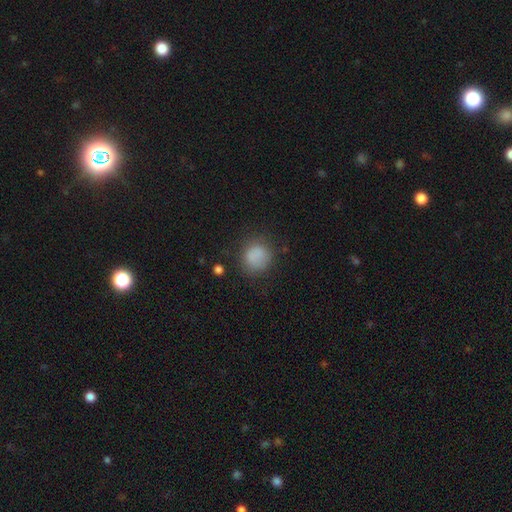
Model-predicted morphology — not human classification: A smooth galaxy with no disk features (83%) that is round (83%).

Vote fractions:
- Smooth or featured? smooth: 83% / star or artifact: 10% / featured or disk: 6%
- How rounded? round: 83% / in between: 16% / cigar-shaped: 1%
- Merging? none: 74% / minor disturbance: 17% / major disturbance: 7% / merger: 2%